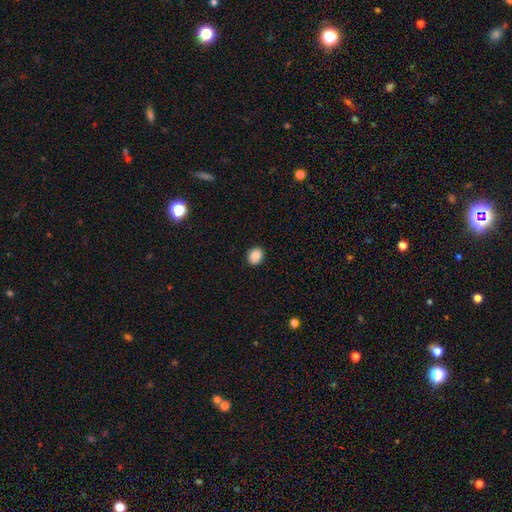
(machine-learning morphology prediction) type=smooth (85%); roundness=round (75%); merging=none (92%).